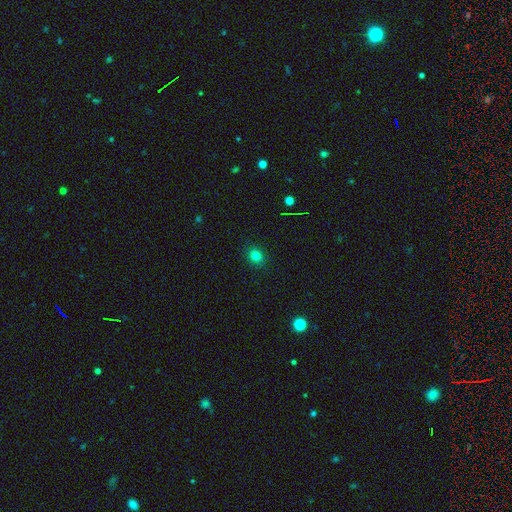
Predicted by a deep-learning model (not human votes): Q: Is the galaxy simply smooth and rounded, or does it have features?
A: smooth — 78%.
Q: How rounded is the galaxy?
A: round — 72%.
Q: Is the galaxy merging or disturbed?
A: none — 90%.